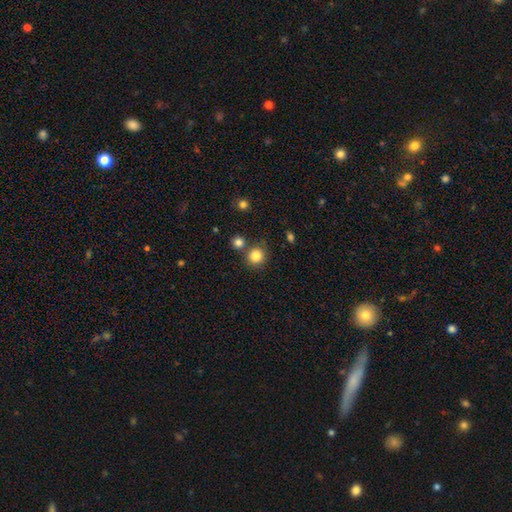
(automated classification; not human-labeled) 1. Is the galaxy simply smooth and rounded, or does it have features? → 84% smooth, 11% star or artifact, 5% featured or disk.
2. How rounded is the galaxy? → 91% round, 8% in between, 1% cigar-shaped.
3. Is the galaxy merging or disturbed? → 74% none, 13% merger, 10% minor disturbance, 3% major disturbance.